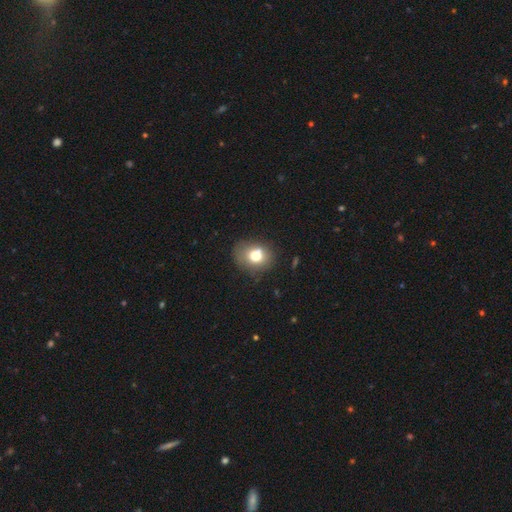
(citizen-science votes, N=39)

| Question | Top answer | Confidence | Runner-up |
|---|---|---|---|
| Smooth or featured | smooth | 72% | featured or disk (18%) |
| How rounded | in between | 61% | round (39%) |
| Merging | none | 57% | minor disturbance (23%) |